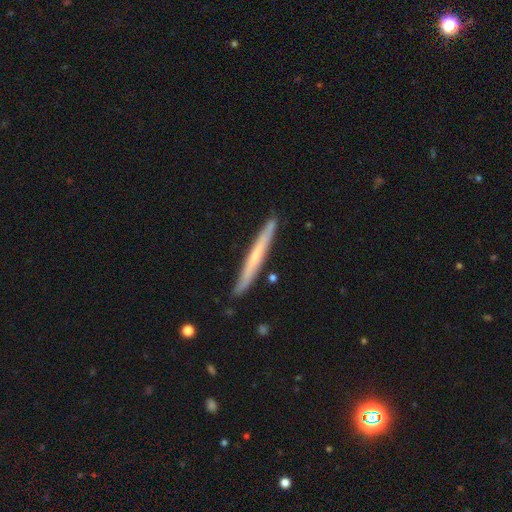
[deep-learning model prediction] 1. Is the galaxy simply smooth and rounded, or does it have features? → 49% featured or disk, 45% smooth, 5% star or artifact.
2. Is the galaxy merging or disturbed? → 87% none, 9% minor disturbance, 2% merger, 1% major disturbance.